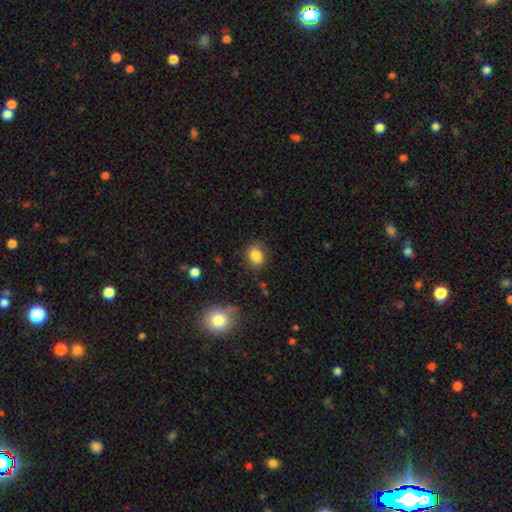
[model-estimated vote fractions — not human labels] Overall: smooth (83%). How rounded: in between (62%; round 37%). Merging: none (80%).